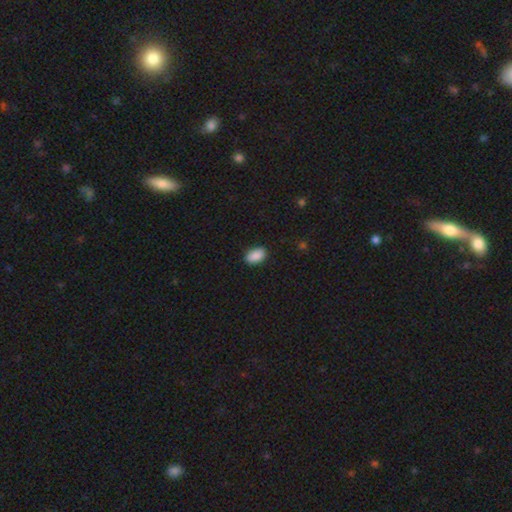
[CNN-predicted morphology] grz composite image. It shows a smooth galaxy with no disk features (90%) that is in between round and cigar-shaped (91%). Merging: none (89%).